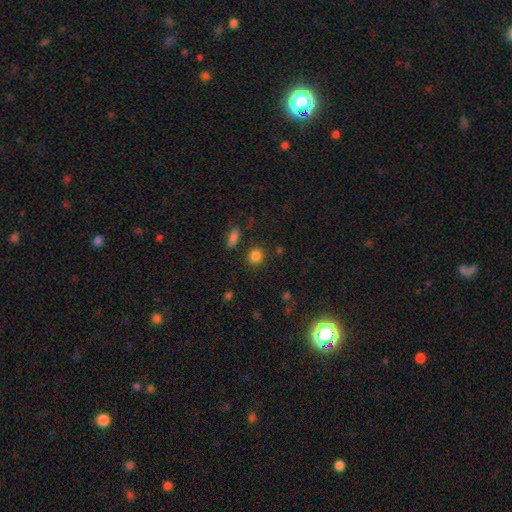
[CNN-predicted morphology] This is clearly a smooth galaxy (84%). How rounded: clearly round (85%). Merging: clearly none (86%).